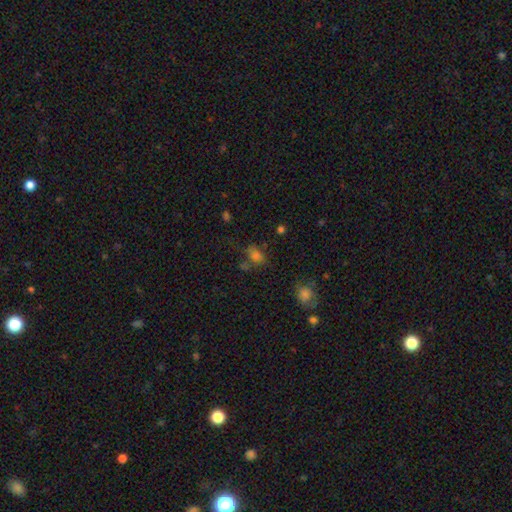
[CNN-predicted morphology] smooth 70%, star or artifact 21%, featured or disk 9%. Down the decision tree: how rounded — in between (71%); merging — none (52%).